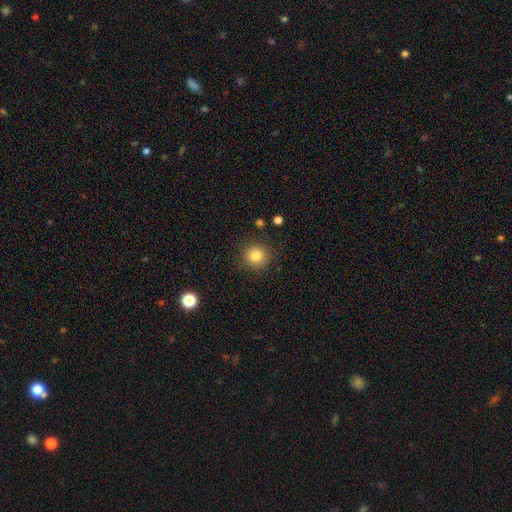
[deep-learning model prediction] A smooth galaxy with no disk features (82%) that is round (92%).

Vote fractions:
- Smooth or featured? smooth: 82% / star or artifact: 11% / featured or disk: 7%
- How rounded? round: 92% / in between: 7% / cigar-shaped: 1%
- Merging? none: 87% / minor disturbance: 8% / major disturbance: 3% / merger: 2%